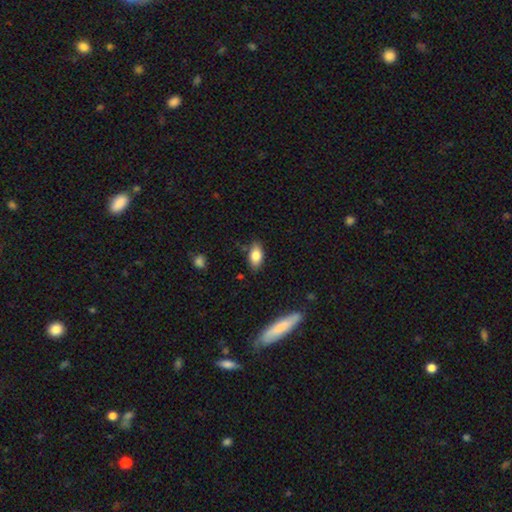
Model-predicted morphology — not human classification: Q: Smooth or featured?
A: smooth (81%); runner-up: featured or disk (11%)
Q: How rounded?
A: in between (89%); runner-up: cigar-shaped (6%)
Q: Merging?
A: none (80%); runner-up: minor disturbance (15%)